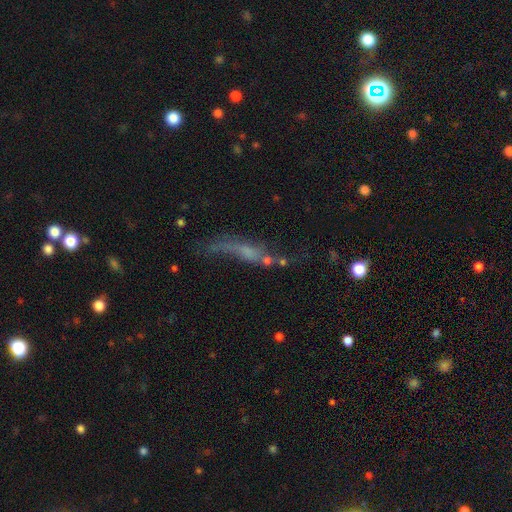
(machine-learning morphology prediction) Overall: featured or disk (53%; smooth 30%). Edge-on disk: no (59%; yes 41%). Merging: none (39%; major disturbance 28%).